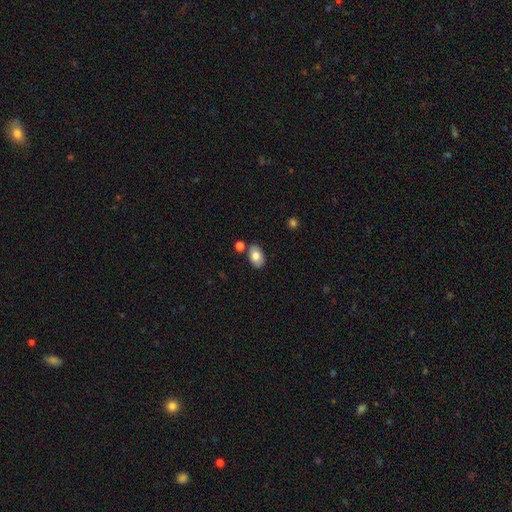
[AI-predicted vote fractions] Smooth or featured: smooth — 79% (featured or disk — 14%)
How rounded: in between — 89% (round — 10%)
Merging: none — 77% (minor disturbance — 12%)